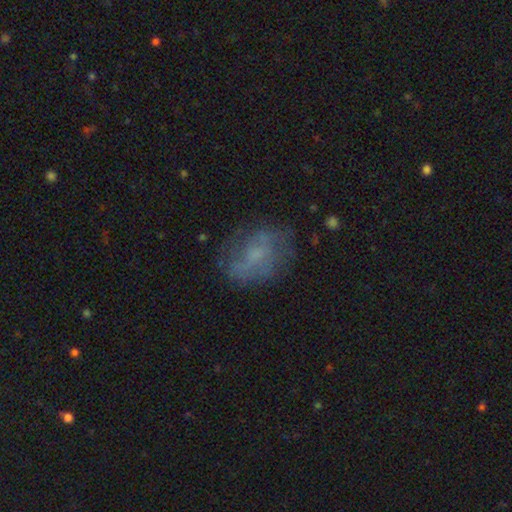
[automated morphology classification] smooth 43% (tied), featured or disk 43% (tied), star or artifact 14%. Down the decision tree: merging — none (65%).